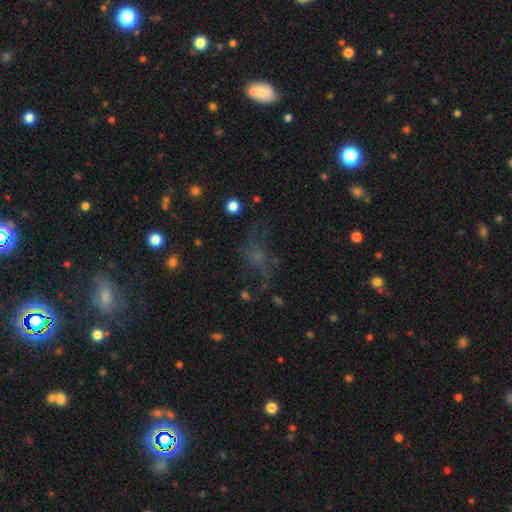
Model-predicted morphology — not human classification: Smooth or featured? Predicted: smooth (p=0.38). Merging? Predicted: none (p=0.52).